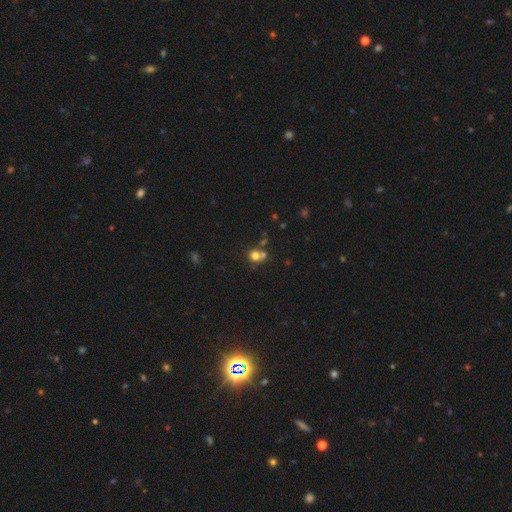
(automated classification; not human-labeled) This is likely a smooth galaxy (71%). How rounded: clearly round (85%). Merging: possibly none (52%).